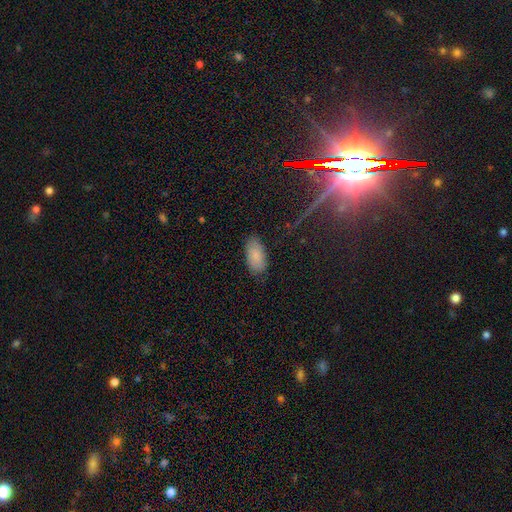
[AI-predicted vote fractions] The model was most divided on "merging": none: 83%, minor disturbance: 13%, major disturbance: 3%, merger: 1%. More confident: how rounded — in between (94%); smooth or featured — smooth (83%).